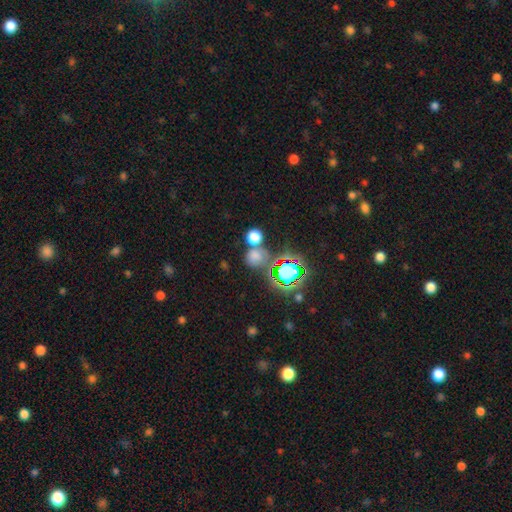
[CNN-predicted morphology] smooth_or_featured: smooth (p=0.64) [alt: star or artifact p=0.29]
how_rounded: round (p=0.83) [alt: in between p=0.15]
merging: none (p=0.62) [alt: merger p=0.23]